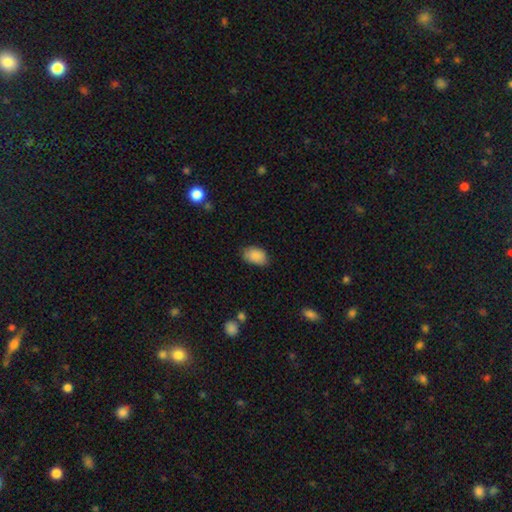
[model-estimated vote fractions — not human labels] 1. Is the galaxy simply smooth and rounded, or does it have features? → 88% smooth, 7% star or artifact, 5% featured or disk.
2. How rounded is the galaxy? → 90% in between, 9% round, 1% cigar-shaped.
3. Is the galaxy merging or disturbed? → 76% none, 19% minor disturbance, 4% major disturbance, 1% merger.